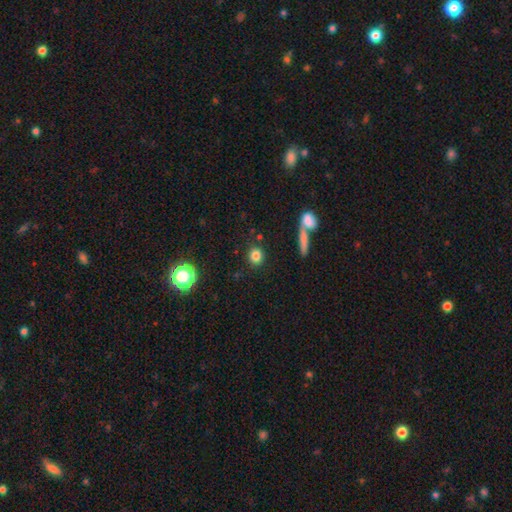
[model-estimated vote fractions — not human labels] Q: Smooth or featured?
A: smooth (81%); runner-up: star or artifact (12%)
Q: How rounded?
A: round (80%); runner-up: in between (17%)
Q: Merging?
A: none (84%); runner-up: minor disturbance (7%)